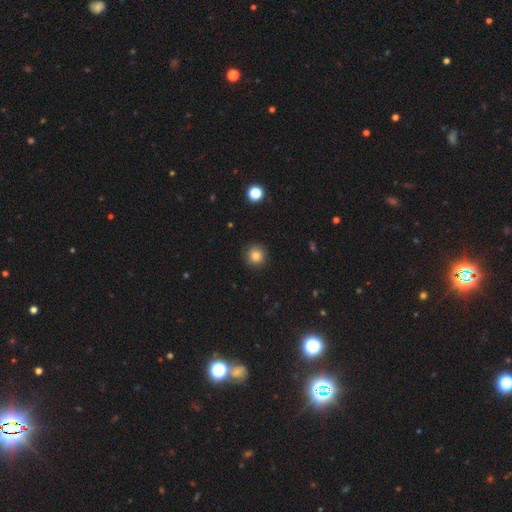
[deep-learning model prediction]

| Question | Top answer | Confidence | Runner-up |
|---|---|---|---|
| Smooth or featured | smooth | 82% | star or artifact (12%) |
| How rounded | round | 94% | in between (5%) |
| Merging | none | 89% | minor disturbance (7%) |